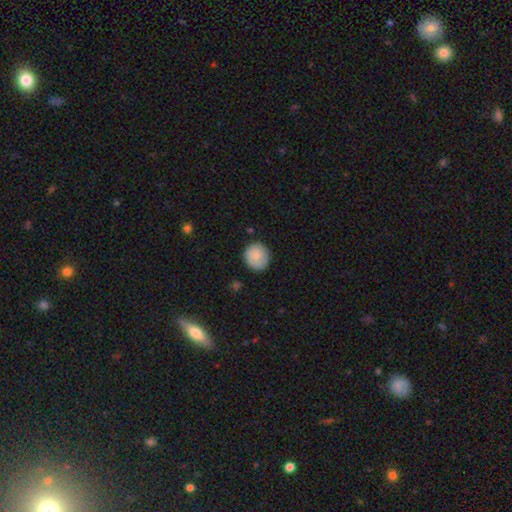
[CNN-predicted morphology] Smooth or featured? Predicted: smooth (p=0.84). How rounded? Predicted: round (p=0.88). Merging? Predicted: none (p=0.83).